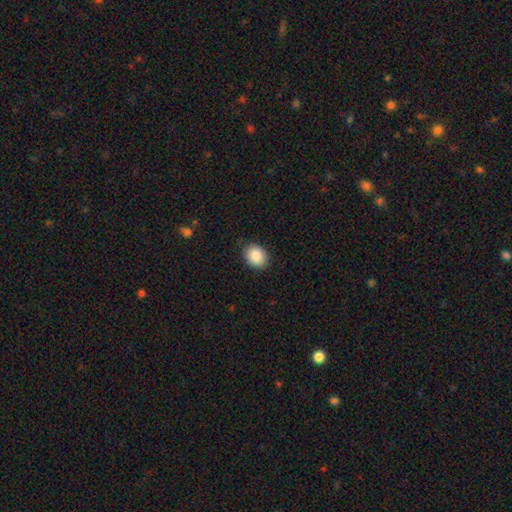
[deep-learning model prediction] A smooth galaxy with no disk features (86%) that is in between round and cigar-shaped (54%). Merging: none (88%).